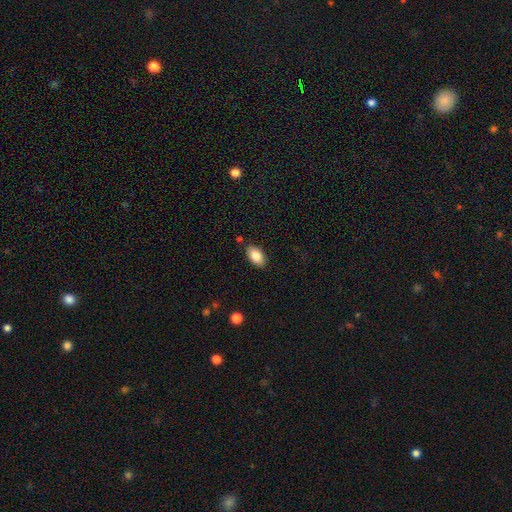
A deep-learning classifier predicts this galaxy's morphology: Q: Smooth or featured?
A: smooth (85%); runner-up: featured or disk (8%)
Q: How rounded?
A: in between (93%); runner-up: round (4%)
Q: Merging?
A: none (84%); runner-up: minor disturbance (11%)